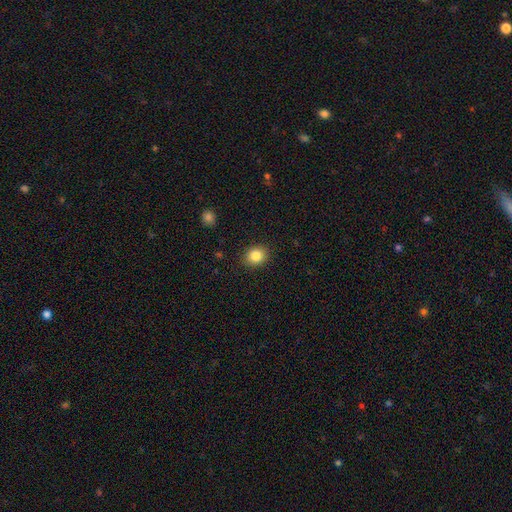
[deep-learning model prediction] Q: Smooth or featured?
A: smooth (85%); runner-up: star or artifact (9%)
Q: How rounded?
A: round (61%); runner-up: in between (38%)
Q: Merging?
A: none (89%); runner-up: minor disturbance (8%)